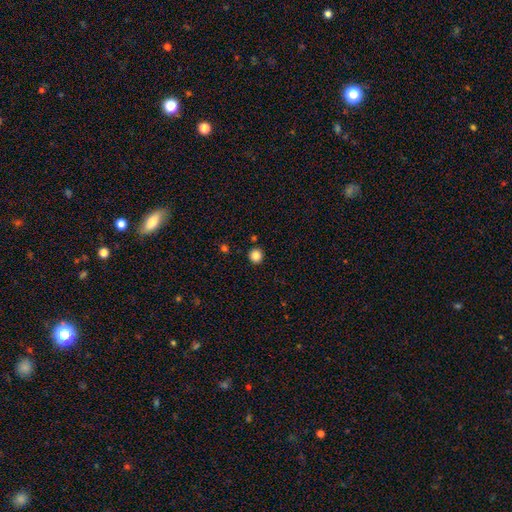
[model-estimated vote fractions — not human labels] Overall: smooth (85%). How rounded: round (94%). Merging: none (92%).